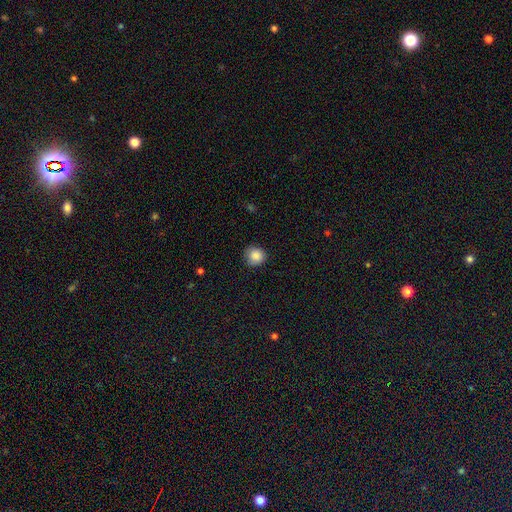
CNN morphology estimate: smooth 87%, star or artifact 9%, featured or disk 4%. Down the decision tree: how rounded — round (88%); merging — none (81%).